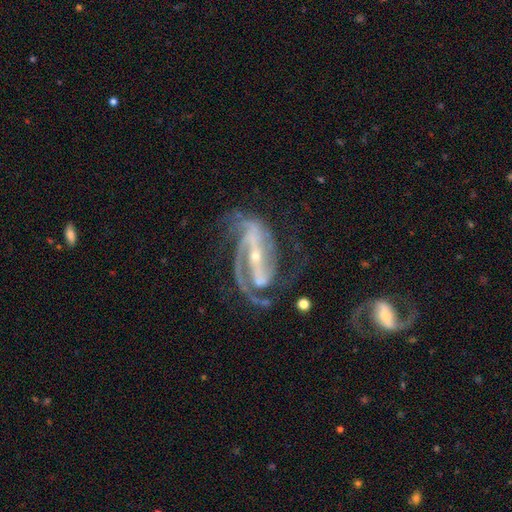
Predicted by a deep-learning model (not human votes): A featured or disk galaxy (92%) with a strong bar (74%), 2 (61%) medium (51%) spiral arms (98%) and a small central bulge (77%).

Vote fractions:
- Smooth or featured? featured or disk: 92% / star or artifact: 5% / smooth: 3%
- Edge-on disk? no: 96% / yes: 4%
- Bar? strong: 74% / weak: 16% / no: 9%
- Spiral arms? yes: 98% / no: 2%
- Spiral winding? medium: 51% / tight: 31% / loose: 18%
- Spiral arm count? 2: 61% / 3: 19% / can't tell: 7% / 1: 5% / 4: 4% / more than 4: 3%
- Bulge size? small: 77% / moderate: 19% / large: 1% / none: 1% / dominant: 1%
- Merging? none: 53% / major disturbance: 23% / minor disturbance: 19% / merger: 4%